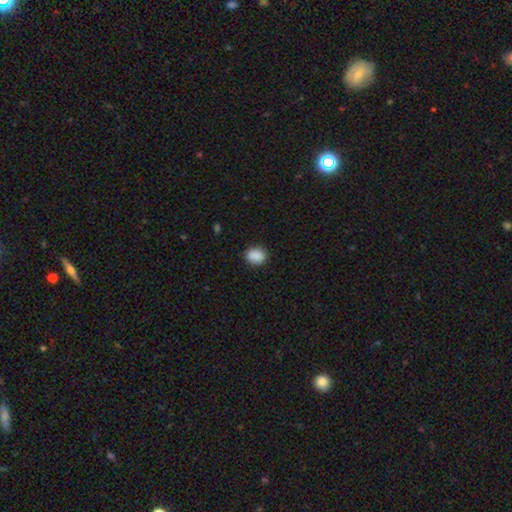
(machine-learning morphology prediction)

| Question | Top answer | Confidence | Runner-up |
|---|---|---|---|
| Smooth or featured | smooth | 89% | star or artifact (8%) |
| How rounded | round | 51% | in between (48%) |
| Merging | none | 87% | minor disturbance (10%) |